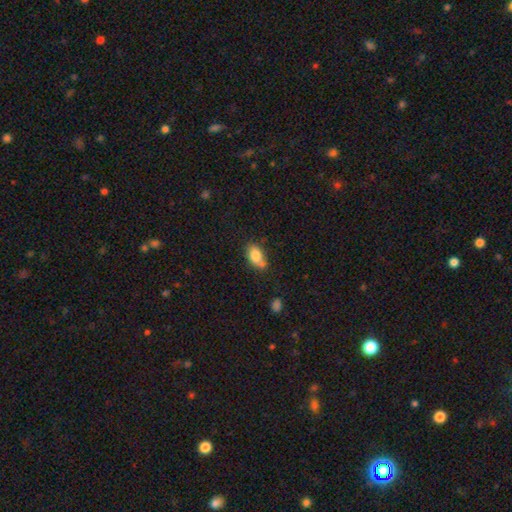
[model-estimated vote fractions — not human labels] Smooth or featured?
  - smooth: 80% *
  - featured or disk: 12%
  - star or artifact: 8%
How rounded?
  - in between: 87% *
  - round: 11%
  - cigar-shaped: 2%
Merging?
  - none: 51% *
  - minor disturbance: 26%
  - merger: 17%
  - major disturbance: 7%